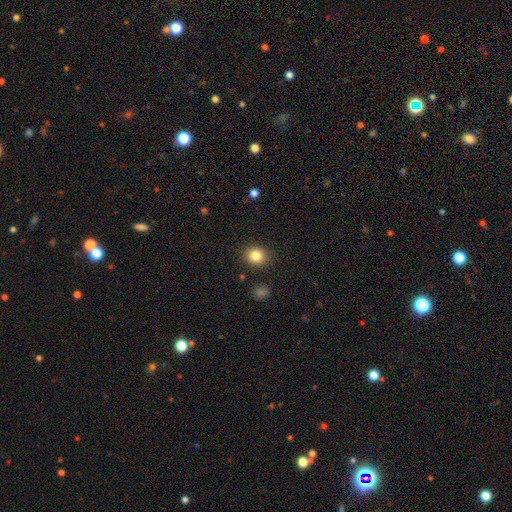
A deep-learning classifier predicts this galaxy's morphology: type=smooth (83%); roundness=round (69%); merging=none (89%).